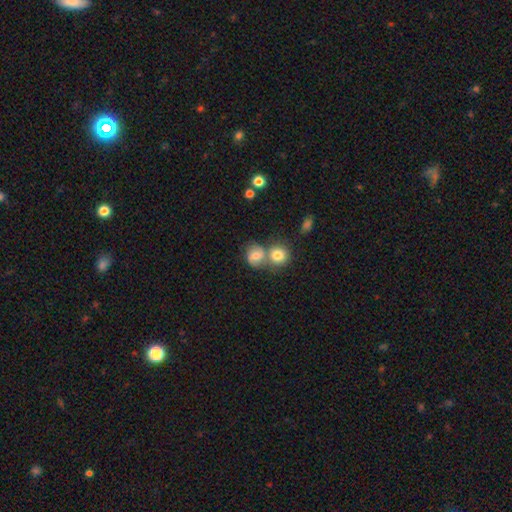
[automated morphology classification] Smooth or featured?
  - smooth: 61% *
  - featured or disk: 28%
  - star or artifact: 11%
How rounded?
  - round: 71% *
  - in between: 27%
  - cigar-shaped: 1%
Merging?
  - merger: 42% *
  - none: 41%
  - minor disturbance: 12%
  - major disturbance: 5%